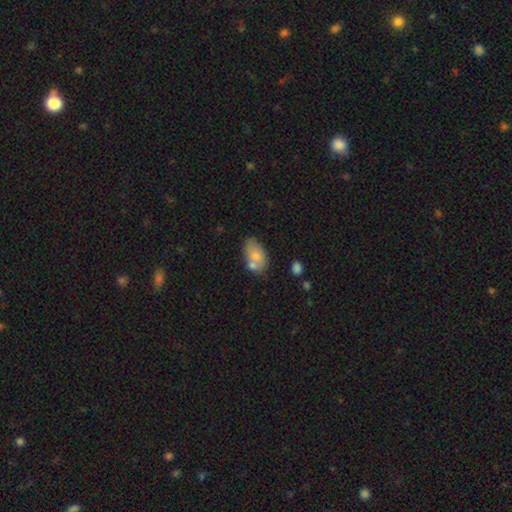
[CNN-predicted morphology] A smooth galaxy with no disk features (73%) that is in between round and cigar-shaped (90%). Merging: none (47%).